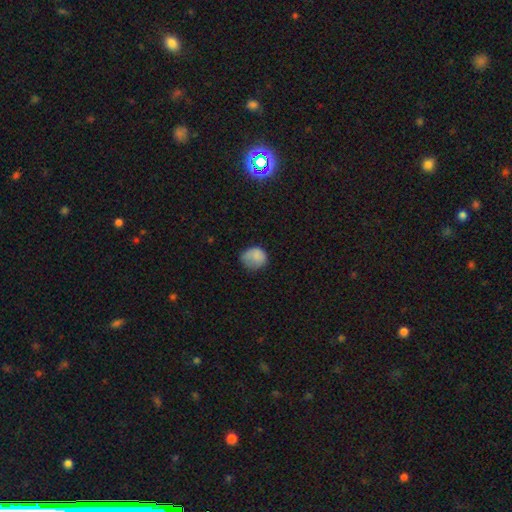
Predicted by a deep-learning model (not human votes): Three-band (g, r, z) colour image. It shows a smooth galaxy with no disk features (81%) that is round (70%). Merging: none (50%).